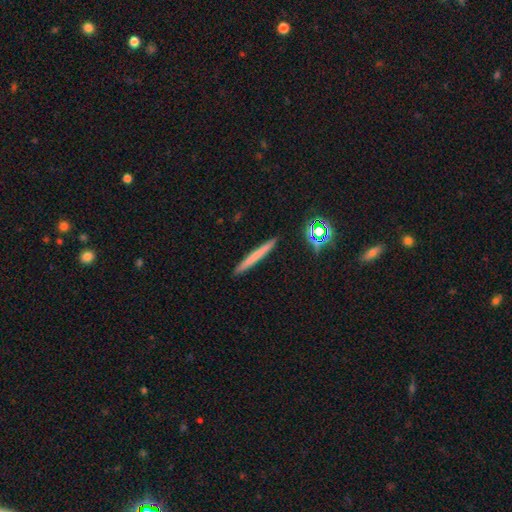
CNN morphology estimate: Smooth or featured?
  - smooth: 64% *
  - featured or disk: 27%
  - star or artifact: 9%
How rounded?
  - cigar-shaped: 97% *
  - in between: 2%
  - round: 1%
Merging?
  - none: 92% *
  - minor disturbance: 6%
  - major disturbance: 1%
  - merger: 1%